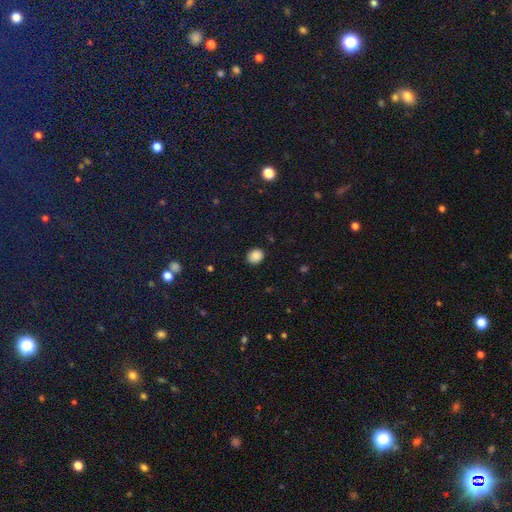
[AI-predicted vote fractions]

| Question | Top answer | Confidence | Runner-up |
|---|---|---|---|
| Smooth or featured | smooth | 87% | star or artifact (10%) |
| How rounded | round | 65% | in between (34%) |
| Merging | none | 85% | minor disturbance (12%) |